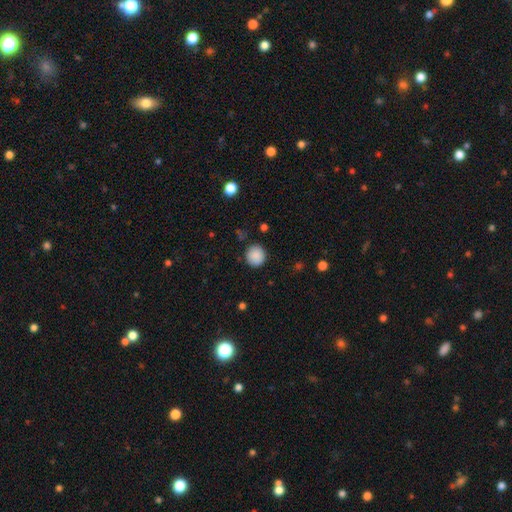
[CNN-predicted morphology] This appears to be a smooth galaxy with no disk features (88%) that is round (89%). Merging: none (86%).